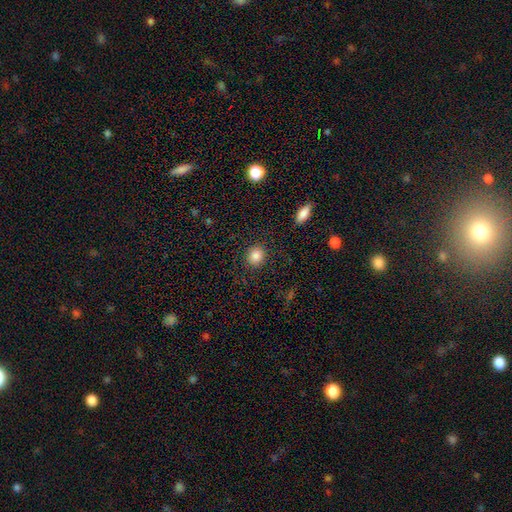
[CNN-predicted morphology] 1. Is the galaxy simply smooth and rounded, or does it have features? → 86% smooth, 10% star or artifact, 4% featured or disk.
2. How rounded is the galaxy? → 80% round, 19% in between, 1% cigar-shaped.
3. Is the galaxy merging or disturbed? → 89% none, 7% minor disturbance, 3% major disturbance, 1% merger.